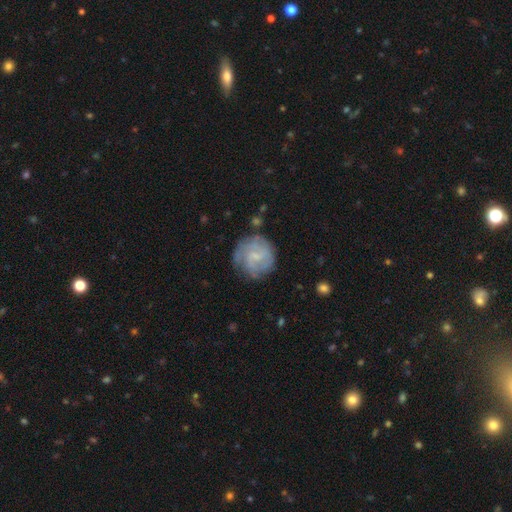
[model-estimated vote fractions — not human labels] Smooth or featured: featured or disk — 65% (smooth — 28%)
Edge-on disk: no — 98% (yes — 2%)
Bar: no — 47% (tied with weak — 47%)
Spiral arms: yes — 86% (no — 14%)
Spiral winding: tight — 53% (medium — 34%)
Spiral arm count: can't tell — 44% (2 — 19%)
Bulge size: small — 56% (moderate — 21%)
Merging: none — 69% (minor disturbance — 20%)